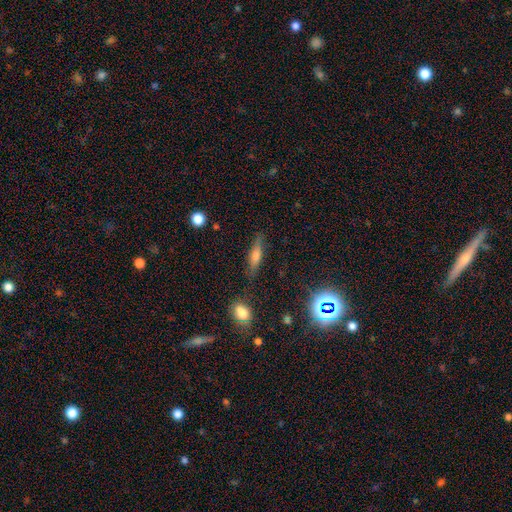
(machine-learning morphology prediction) Smooth or featured? Predicted: smooth (p=0.54). How rounded? Predicted: cigar-shaped (p=0.67). Merging? Predicted: none (p=0.81).